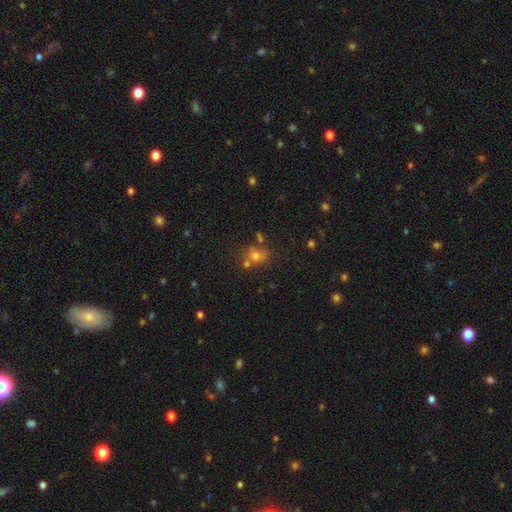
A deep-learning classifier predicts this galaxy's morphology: smooth_or_featured: smooth (p=0.63) [alt: star or artifact p=0.22]
how_rounded: round (p=0.65) [alt: in between p=0.33]
merging: none (p=0.57) [alt: merger p=0.24]